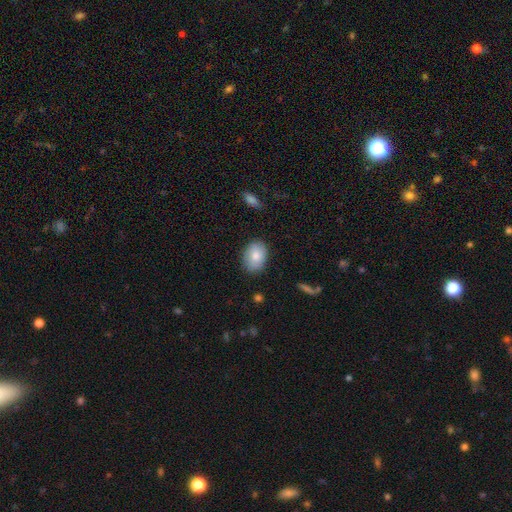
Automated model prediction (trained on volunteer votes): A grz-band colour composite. It shows a smooth galaxy with no disk features (78%) that is in between round and cigar-shaped (80%). Merging: none (82%).